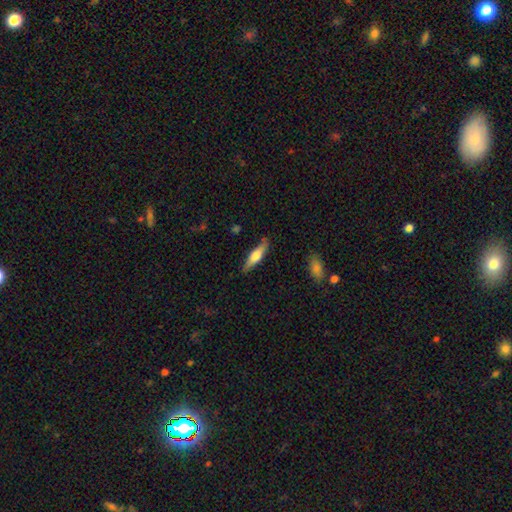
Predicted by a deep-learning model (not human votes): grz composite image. It shows a smooth galaxy with no disk features (51%) that is cigar-shaped (70%). Merging: none (86%).